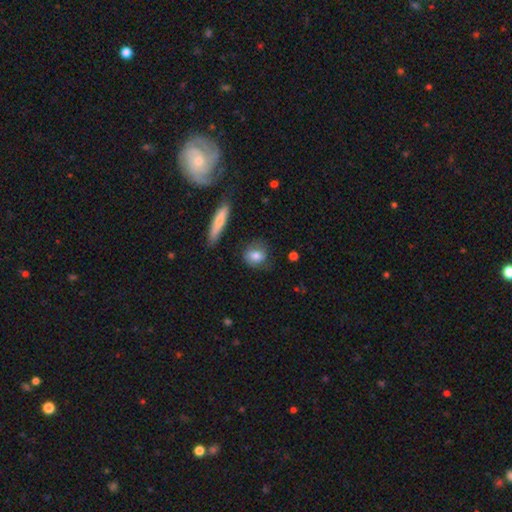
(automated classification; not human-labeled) smooth-or-featured: smooth: 75% | featured or disk: 17% | star or artifact: 8%
  how-rounded: round: 53% | in between: 41% | cigar-shaped: 6%
  merging: none: 69% | minor disturbance: 21% | major disturbance: 7% | merger: 3%